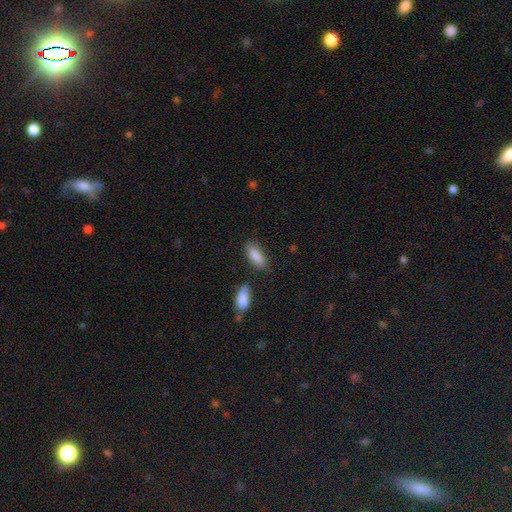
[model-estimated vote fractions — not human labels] Smooth or featured: smooth — 88% (star or artifact — 6%)
How rounded: in between — 80% (cigar-shaped — 18%)
Merging: none — 74% (minor disturbance — 15%)